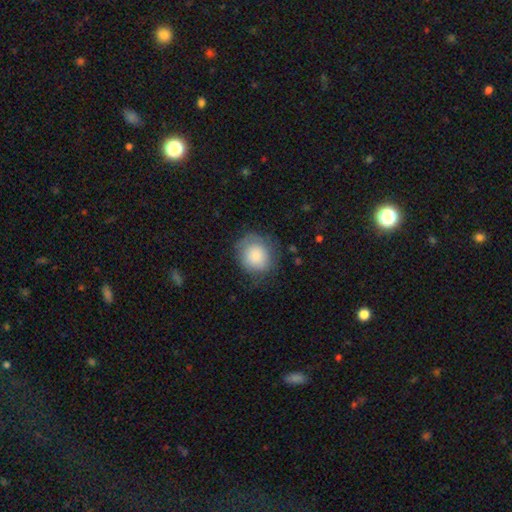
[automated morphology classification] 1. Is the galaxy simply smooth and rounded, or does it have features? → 78% smooth, 15% featured or disk, 7% star or artifact.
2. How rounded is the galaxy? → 81% round, 18% in between, 1% cigar-shaped.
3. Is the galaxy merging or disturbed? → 68% none, 21% minor disturbance, 9% major disturbance, 1% merger.